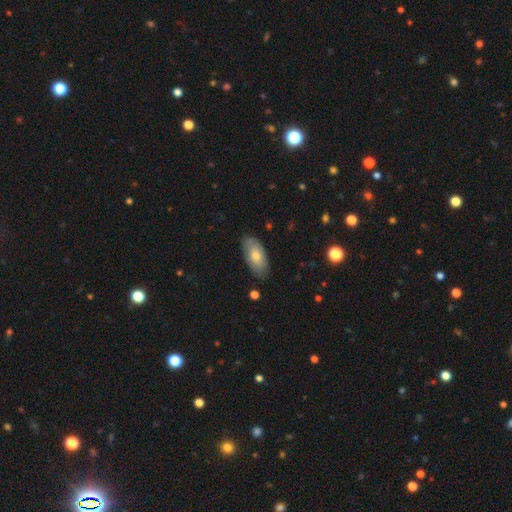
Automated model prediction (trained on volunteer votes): This appears to be a smooth galaxy with no disk features (64%) that is in between round and cigar-shaped (90%). Merging: none (81%).